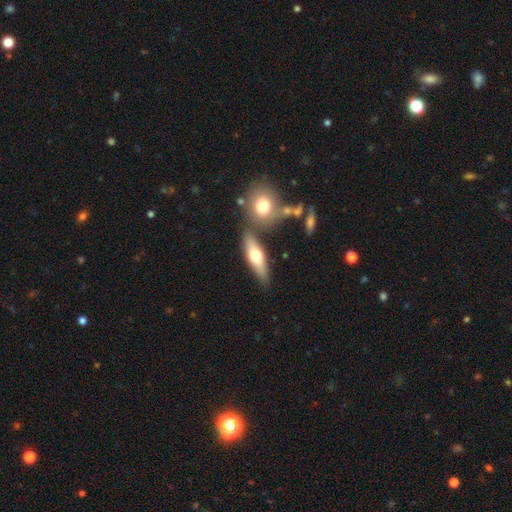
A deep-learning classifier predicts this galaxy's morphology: smooth 56%, featured or disk 37%, star or artifact 6%. Down the decision tree: how rounded — cigar-shaped (50%); merging — none (72%).